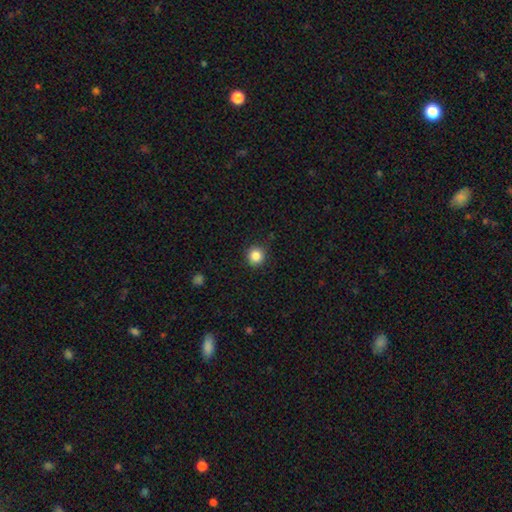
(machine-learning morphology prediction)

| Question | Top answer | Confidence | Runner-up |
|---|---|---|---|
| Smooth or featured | smooth | 85% | star or artifact (11%) |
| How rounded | round | 95% | in between (5%) |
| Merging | none | 91% | minor disturbance (6%) |